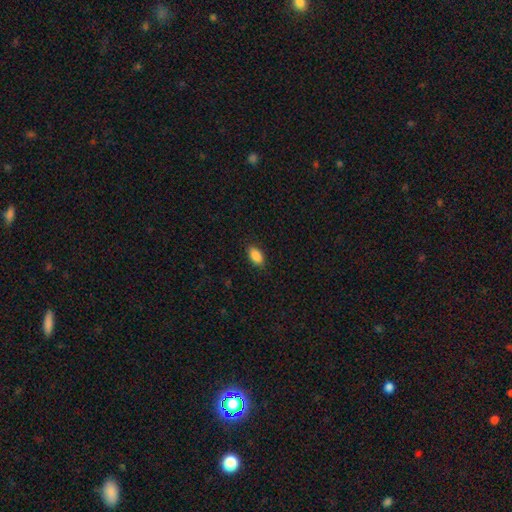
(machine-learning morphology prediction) Smooth or featured? Predicted: smooth (p=0.89). How rounded? Predicted: in between (p=0.93). Merging? Predicted: none (p=0.88).